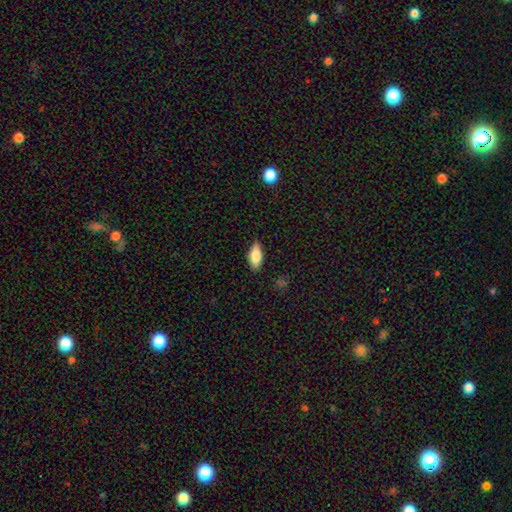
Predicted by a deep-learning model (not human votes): Q: Smooth or featured?
A: smooth (79%); runner-up: featured or disk (14%)
Q: How rounded?
A: in between (79%); runner-up: cigar-shaped (19%)
Q: Merging?
A: none (85%); runner-up: minor disturbance (12%)